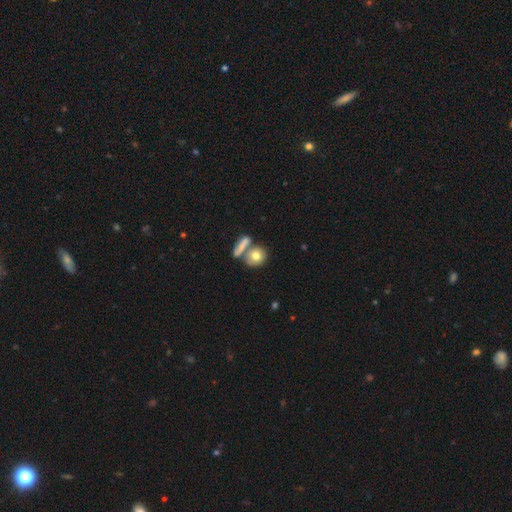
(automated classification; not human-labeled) The model was most divided on "merging": none: 51%, merger: 33%, minor disturbance: 11%, major disturbance: 5%. More confident: smooth or featured — smooth (74%); how rounded — round (70%).